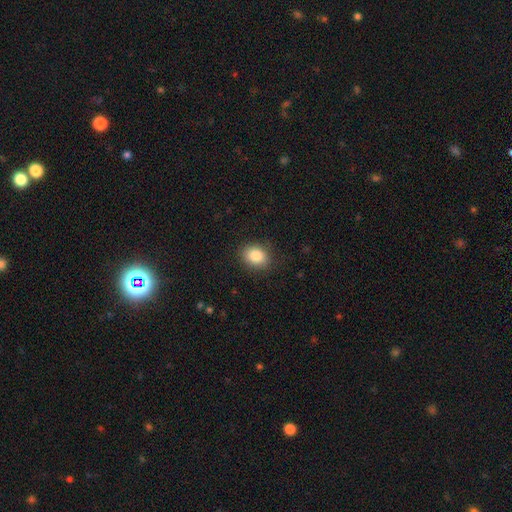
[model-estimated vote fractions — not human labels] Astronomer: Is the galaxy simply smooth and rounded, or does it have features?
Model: smooth — 85%.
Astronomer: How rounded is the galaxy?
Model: in between — 54% (runner-up: round, 45%).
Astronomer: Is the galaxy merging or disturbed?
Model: none — 87%.